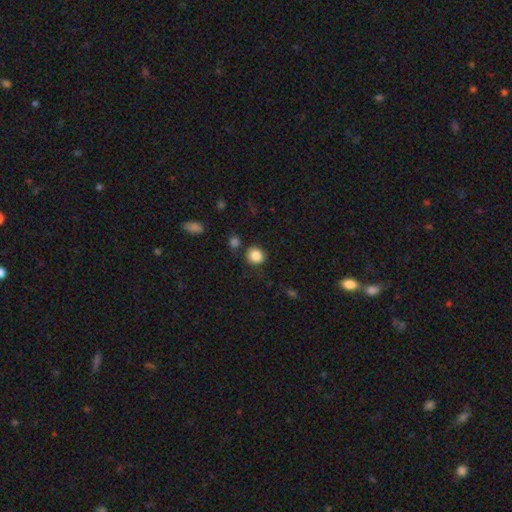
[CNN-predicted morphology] This appears to be a smooth galaxy with no disk features (86%) that is round (83%). Merging: none (81%).